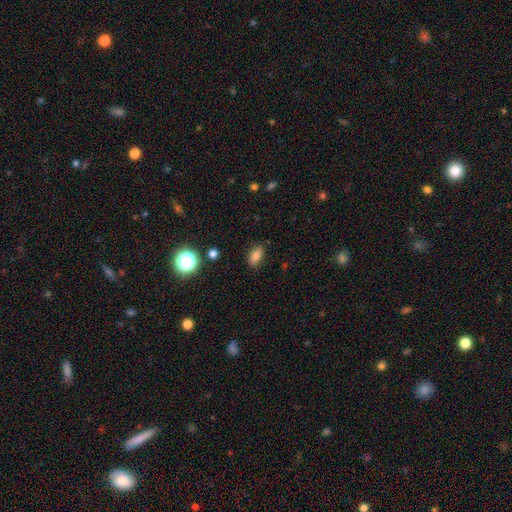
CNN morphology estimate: Q: Smooth or featured?
A: smooth (78%); runner-up: star or artifact (13%)
Q: How rounded?
A: in between (86%); runner-up: round (8%)
Q: Merging?
A: none (85%); runner-up: minor disturbance (11%)